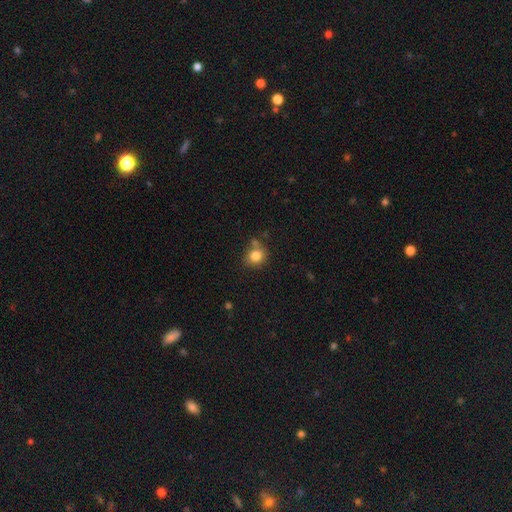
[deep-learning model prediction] Smooth or featured? smooth (82%)
How rounded? round (79%)
Merging? none (65%)